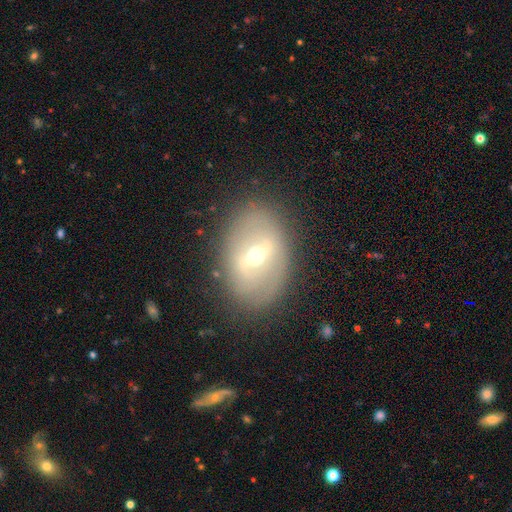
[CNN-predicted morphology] smooth_or_featured: featured or disk (p=0.66) [alt: smooth p=0.25]
disk_edge_on: no (p=0.87) [alt: yes p=0.13]
bar: strong (p=0.51) [alt: weak p=0.37]
has_spiral_arms: no (p=0.71) [alt: yes p=0.29]
bulge_size: moderate (p=0.55) [alt: small p=0.40]
merging: none (p=0.82) [alt: minor disturbance p=0.12]